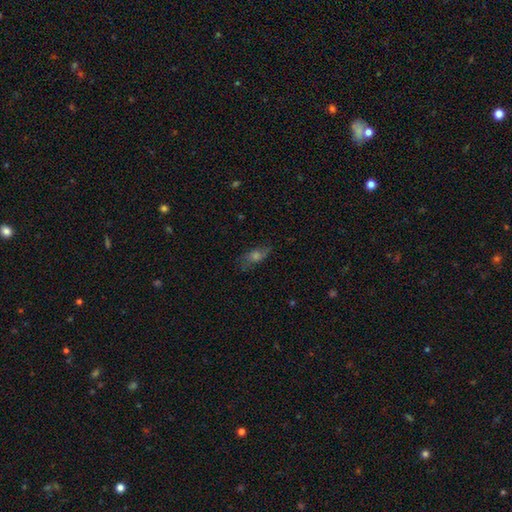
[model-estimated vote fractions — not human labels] The model was most divided on "smooth or featured": featured or disk: 41%, smooth: 38%, star or artifact: 21%. More confident: merging — none (72%).